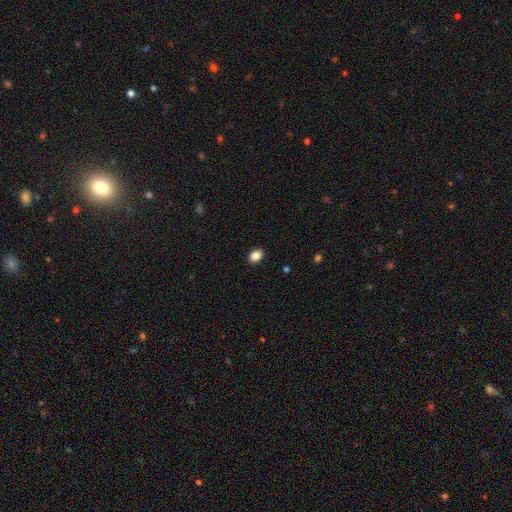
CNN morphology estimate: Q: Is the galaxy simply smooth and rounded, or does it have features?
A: smooth — 87%.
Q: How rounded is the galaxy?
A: in between — 75%.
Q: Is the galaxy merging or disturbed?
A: none — 90%.